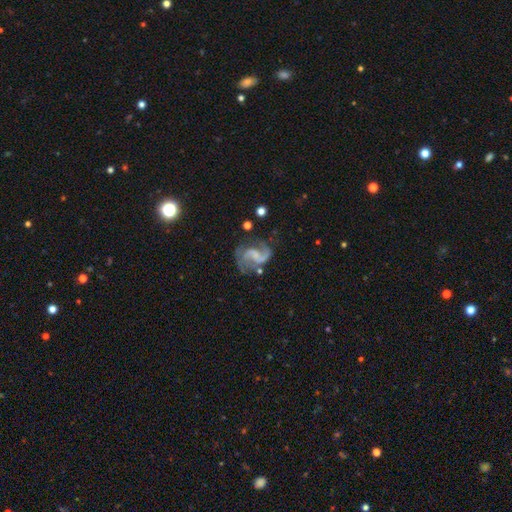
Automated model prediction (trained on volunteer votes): Smooth or featured? featured or disk (86%)
Edge-on disk? no (98%)
Bar? weak (46%)
Spiral arms? yes (95%)
Spiral winding? loose (45%)
Spiral arm count? 2 (88%)
Bulge size? none (55%)
Merging? none (56%)